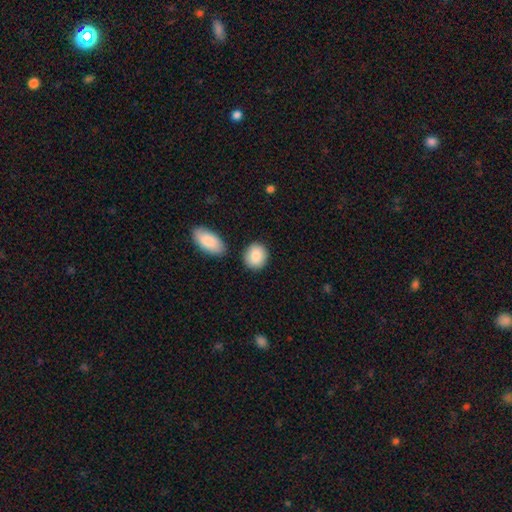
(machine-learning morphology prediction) A smooth galaxy with no disk features (87%) that is round (68%).

Vote fractions:
- Smooth or featured? smooth: 87% / featured or disk: 7% / star or artifact: 6%
- How rounded? round: 68% / in between: 30% / cigar-shaped: 2%
- Merging? none: 81% / minor disturbance: 10% / merger: 7% / major disturbance: 3%